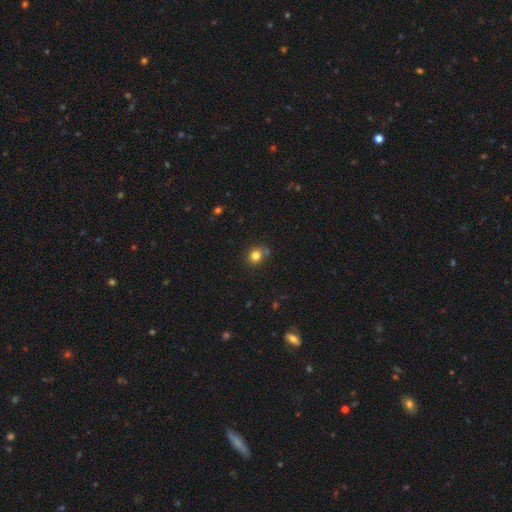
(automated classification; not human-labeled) A smooth galaxy with no disk features (80%) that is round (82%). Merging: none (73%).